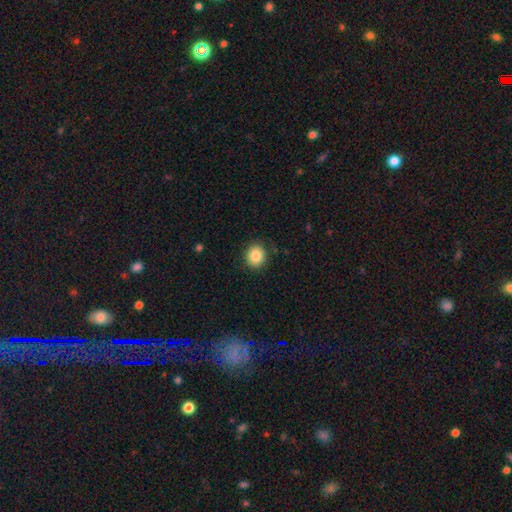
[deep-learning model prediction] smooth 86%, star or artifact 9%, featured or disk 5%. Down the decision tree: how rounded — round (74%); merging — none (89%).